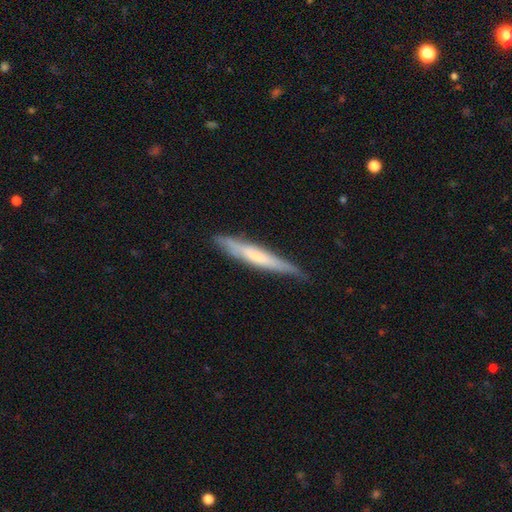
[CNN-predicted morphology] Q: Smooth or featured?
A: smooth (47%); tied with: featured or disk (47%)
Q: Merging?
A: none (80%); runner-up: minor disturbance (16%)